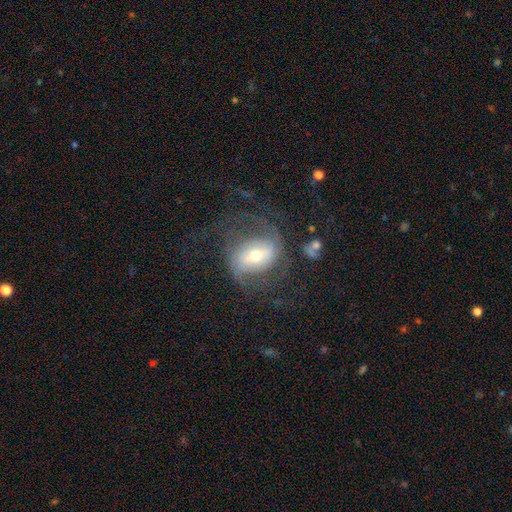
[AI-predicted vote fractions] This appears to be a featured or disk galaxy (77%) with a strong bar (40%), 2 (80%) medium (46%) spiral arms (88%) and a moderate central bulge (50%). Merging: none (60%).